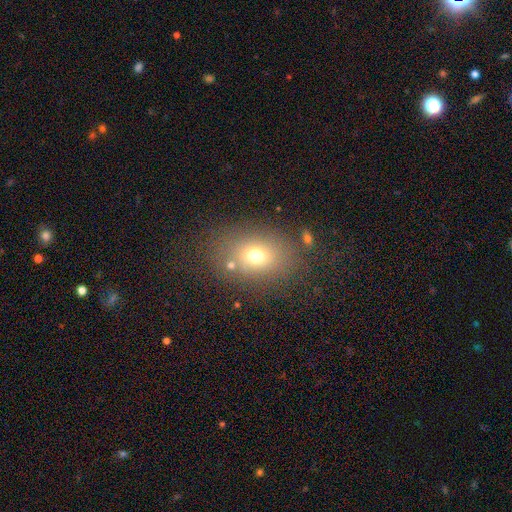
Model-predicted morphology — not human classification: This appears to be a smooth galaxy with no disk features (69%) that is in between round and cigar-shaped (64%). Merging: none (73%).